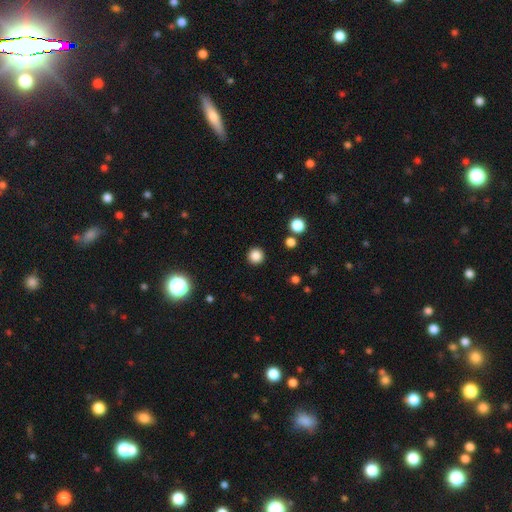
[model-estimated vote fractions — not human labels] The model was most divided on "smooth or featured": smooth: 84%, star or artifact: 12%, featured or disk: 4%. More confident: how rounded — round (96%); merging — none (92%).